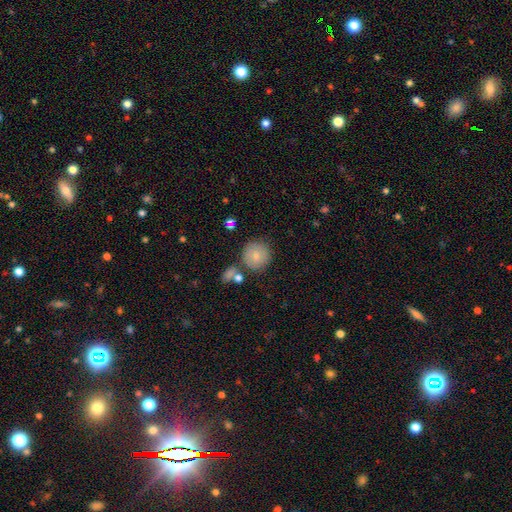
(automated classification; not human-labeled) Morphology: type=smooth (79%); roundness=round (92%); merging=none (75%).